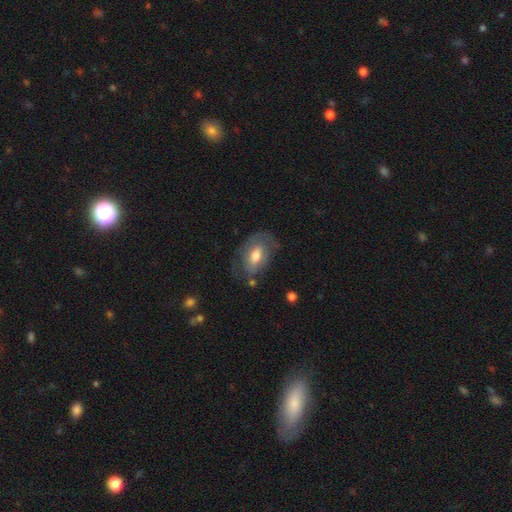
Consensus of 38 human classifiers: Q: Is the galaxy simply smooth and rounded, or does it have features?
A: smooth — 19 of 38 (50%, tied with featured or disk).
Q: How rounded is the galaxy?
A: in between — 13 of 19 (68%).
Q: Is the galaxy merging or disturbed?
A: none — 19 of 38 (50%).